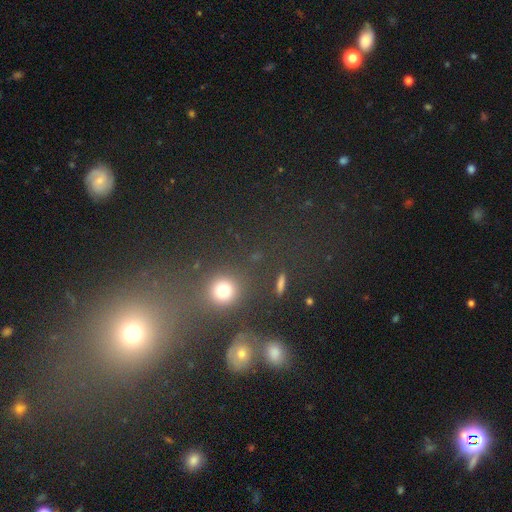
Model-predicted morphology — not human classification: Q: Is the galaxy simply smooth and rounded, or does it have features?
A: smooth — 58%.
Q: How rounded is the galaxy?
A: round — 85%.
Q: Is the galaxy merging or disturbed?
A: none — 70%.